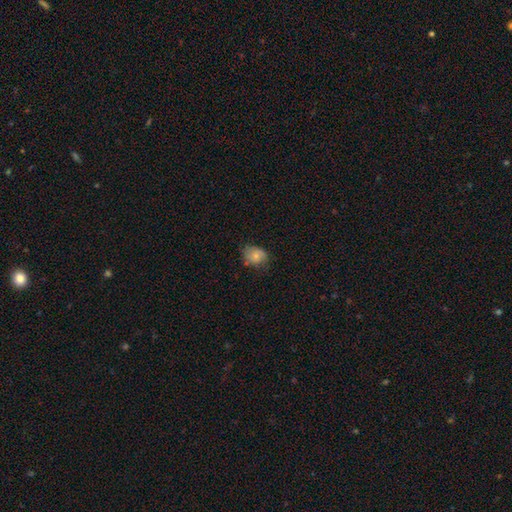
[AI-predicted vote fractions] Smooth or featured? smooth (76%)
How rounded? in between (55%)
Merging? none (62%)